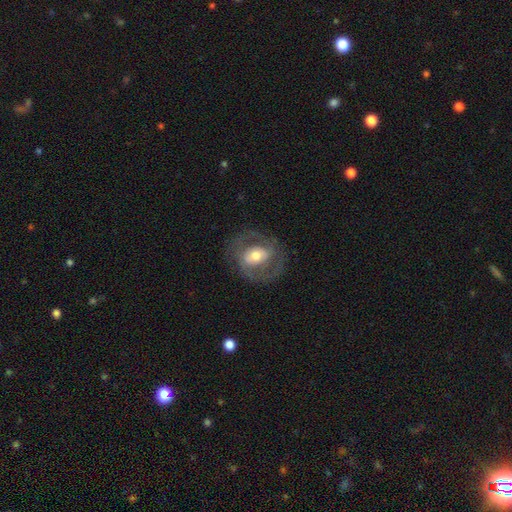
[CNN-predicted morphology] Smooth or featured?
  - featured or disk: 63% *
  - smooth: 30%
  - star or artifact: 6%
Edge-on disk?
  - no: 95% *
  - yes: 5%
Bar?
  - no: 43% *
  - weak: 34%
  - strong: 23%
Spiral arms?
  - yes: 56% *
  - no: 44%
Bulge size?
  - moderate: 63% *
  - large: 19%
  - small: 14%
  - dominant: 2%
  - none: 1%
Merging?
  - none: 73% *
  - minor disturbance: 14%
  - major disturbance: 12%
  - merger: 1%